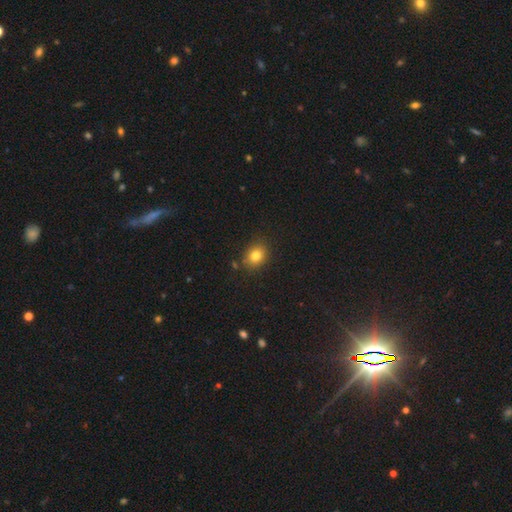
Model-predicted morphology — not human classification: A smooth galaxy with no disk features (81%) that is round (52%).

Vote fractions:
- Smooth or featured? smooth: 81% / star or artifact: 12% / featured or disk: 8%
- How rounded? round: 52% / in between: 47% / cigar-shaped: 1%
- Merging? none: 84% / minor disturbance: 11% / merger: 3% / major disturbance: 3%